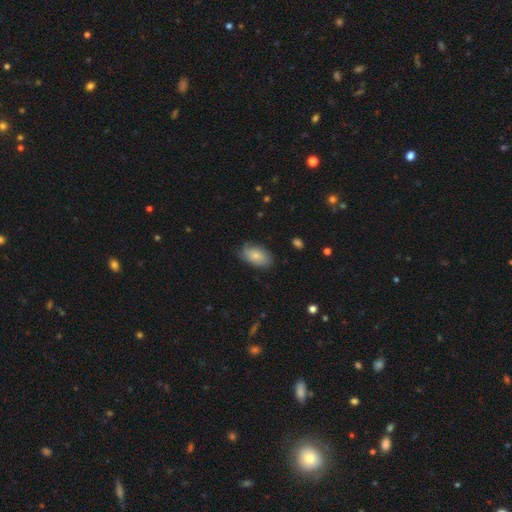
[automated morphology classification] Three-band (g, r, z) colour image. It shows a smooth galaxy with no disk features (71%) that is in between round and cigar-shaped (92%). Merging: none (72%).